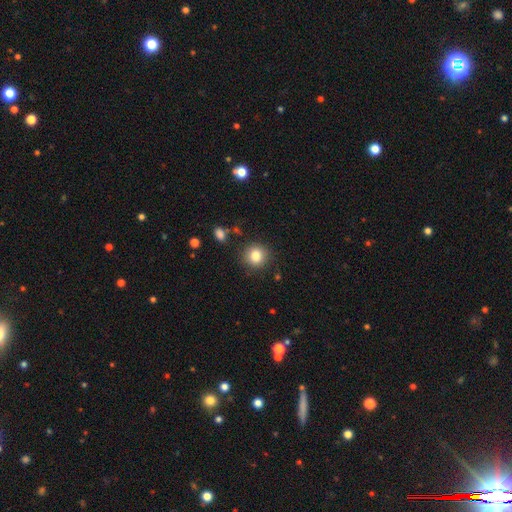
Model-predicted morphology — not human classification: Smooth or featured? Predicted: smooth (p=0.82). How rounded? Predicted: round (p=0.89). Merging? Predicted: none (p=0.87).